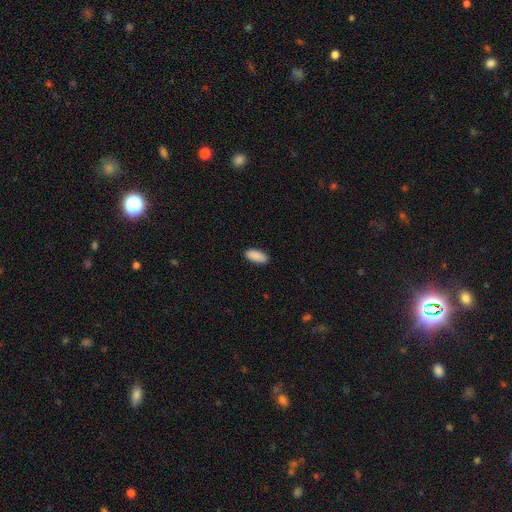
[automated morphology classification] Smooth or featured? smooth (91%)
How rounded? in between (89%)
Merging? none (88%)